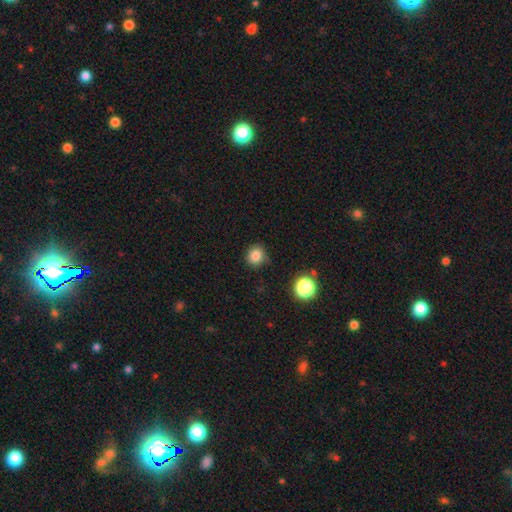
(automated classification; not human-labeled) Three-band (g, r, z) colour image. It shows a smooth galaxy with no disk features (84%) that is round (84%). Merging: none (85%).